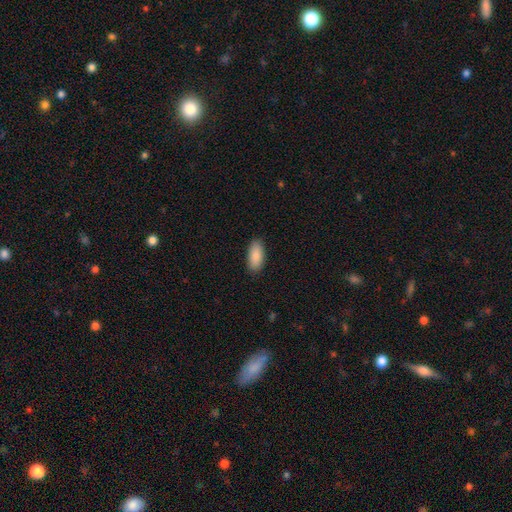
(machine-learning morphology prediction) smooth-or-featured: smooth: 89% | star or artifact: 6% | featured or disk: 5%
  how-rounded: in between: 89% | cigar-shaped: 9% | round: 2%
  merging: none: 88% | minor disturbance: 9% | major disturbance: 2% | merger: 1%